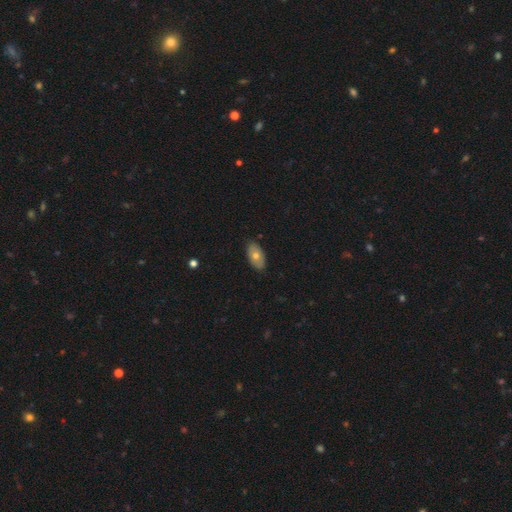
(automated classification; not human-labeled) smooth 64%, featured or disk 29%, star or artifact 7%. Down the decision tree: how rounded — in between (93%); merging — none (86%).